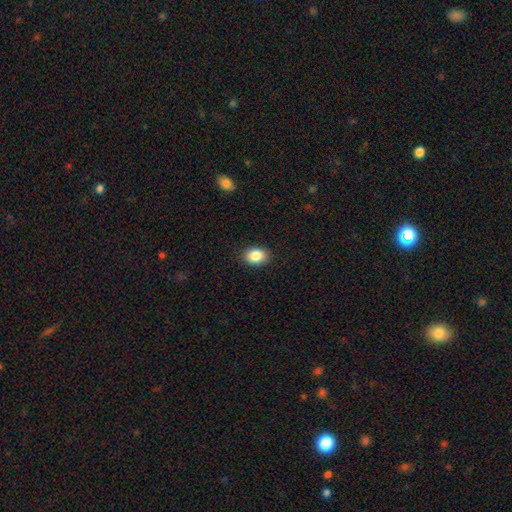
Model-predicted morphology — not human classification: Smooth or featured? Predicted: smooth (p=0.87). How rounded? Predicted: in between (p=0.72). Merging? Predicted: none (p=0.89).